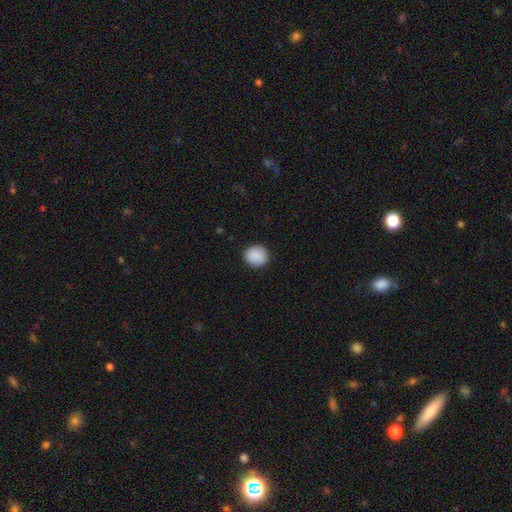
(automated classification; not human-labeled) A smooth galaxy with no disk features (90%) that is round (88%). Merging: none (91%).